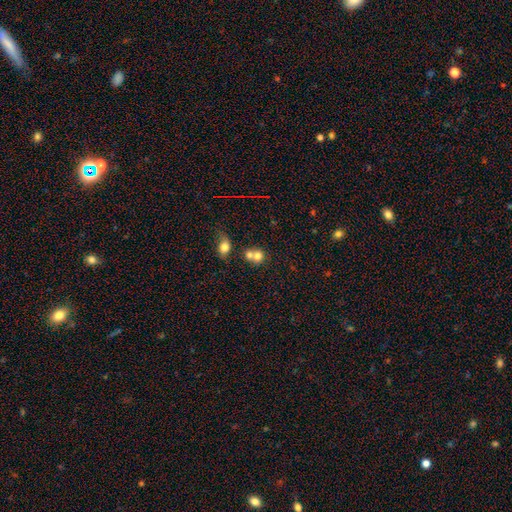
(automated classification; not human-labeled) smooth 73%, featured or disk 15%, star or artifact 12%. Down the decision tree: how rounded — round (73%); merging — merger (59%).